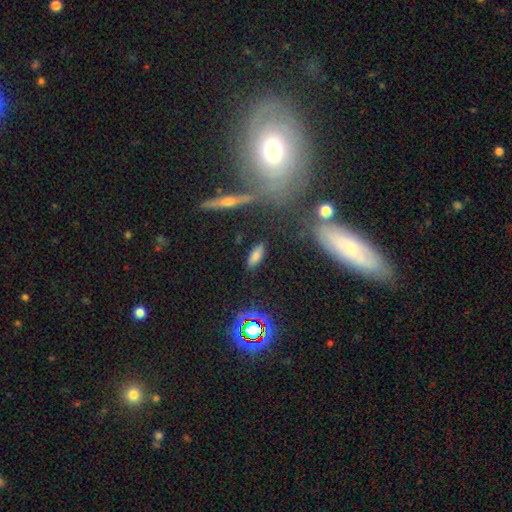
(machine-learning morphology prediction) Overall: smooth (77%). How rounded: in between (74%). Merging: none (86%).